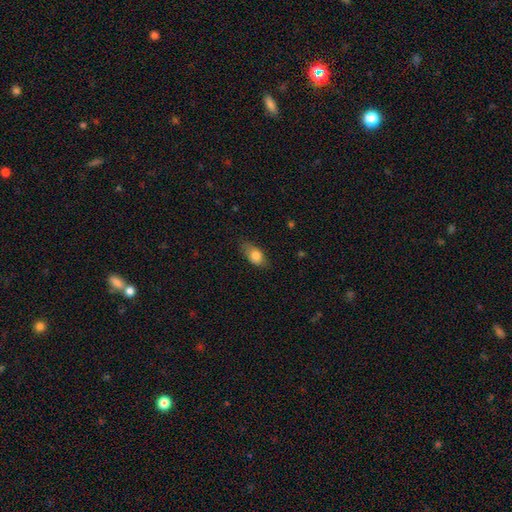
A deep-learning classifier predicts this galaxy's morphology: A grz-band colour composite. It shows a smooth galaxy with no disk features (79%) that is in between round and cigar-shaped (84%). Merging: none (70%).